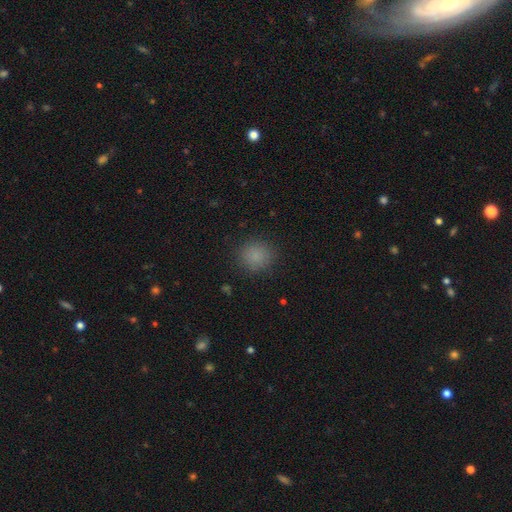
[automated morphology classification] Q: Smooth or featured?
A: smooth (83%); runner-up: star or artifact (13%)
Q: How rounded?
A: round (86%); runner-up: in between (13%)
Q: Merging?
A: none (88%); runner-up: minor disturbance (8%)